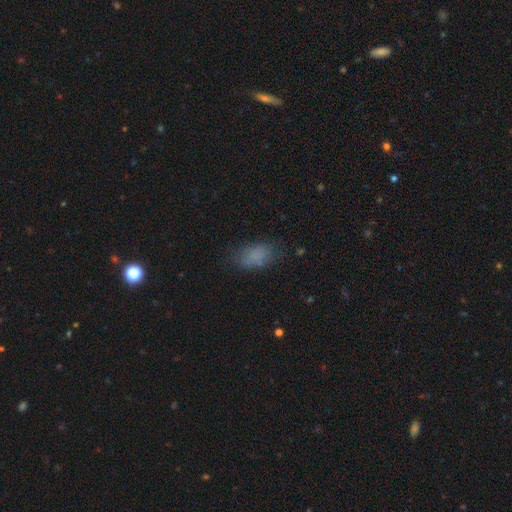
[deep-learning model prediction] The model was most divided on "merging": none: 69%, minor disturbance: 20%, major disturbance: 9%, merger: 2%. More confident: how rounded — in between (89%); smooth or featured — smooth (76%).